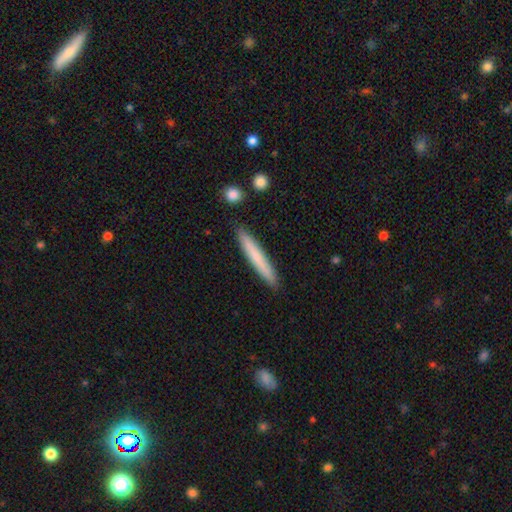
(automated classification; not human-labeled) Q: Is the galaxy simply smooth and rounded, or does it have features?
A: smooth — 72%.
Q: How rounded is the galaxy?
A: cigar-shaped — 96%.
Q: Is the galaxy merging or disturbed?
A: none — 91%.